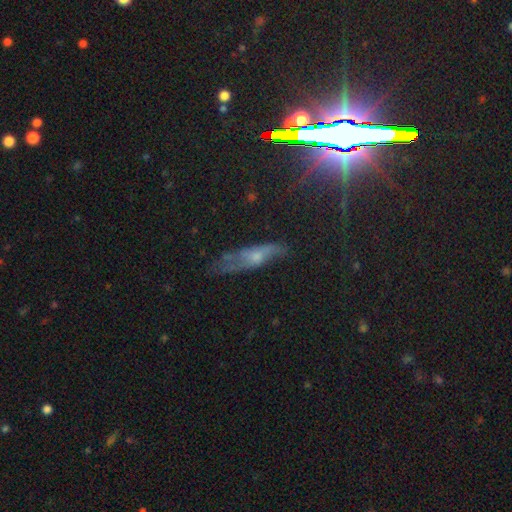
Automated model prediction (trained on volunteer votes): This is marginally a featured or disk galaxy (44%). Merging: possibly none (50%).